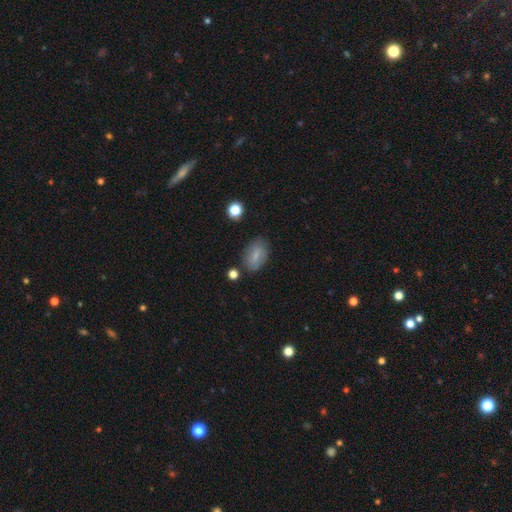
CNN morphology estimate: smooth-or-featured: smooth: 75% | featured or disk: 16% | star or artifact: 9%
  how-rounded: in between: 88% | round: 10% | cigar-shaped: 2%
  merging: none: 73% | minor disturbance: 19% | major disturbance: 5% | merger: 3%